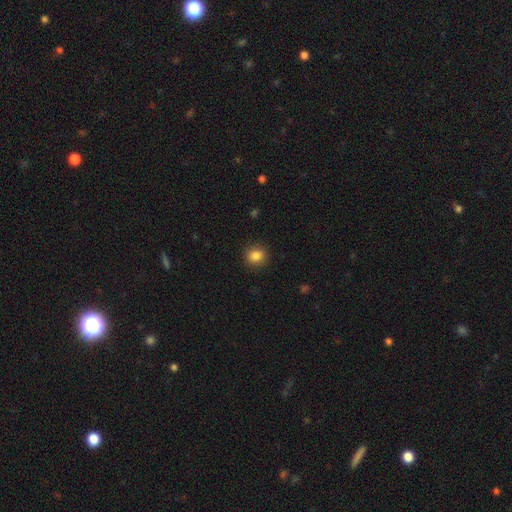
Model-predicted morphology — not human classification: A smooth galaxy with no disk features (86%) that is round (80%). Merging: none (90%).